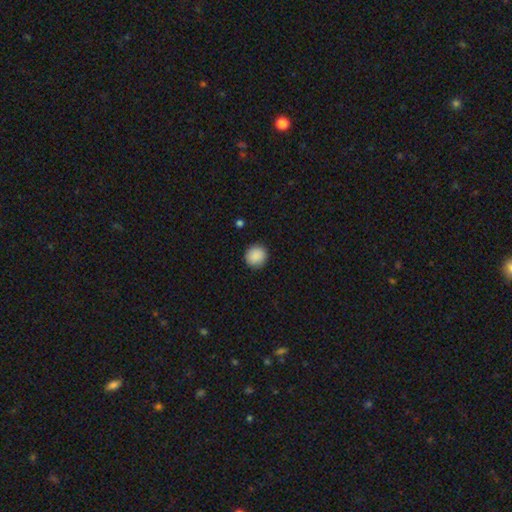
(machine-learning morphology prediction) A smooth galaxy with no disk features (89%) that is round (91%).

Vote fractions:
- Smooth or featured? smooth: 89% / star or artifact: 8% / featured or disk: 3%
- How rounded? round: 91% / in between: 8% / cigar-shaped: 1%
- Merging? none: 91% / minor disturbance: 6% / major disturbance: 2% / merger: 1%